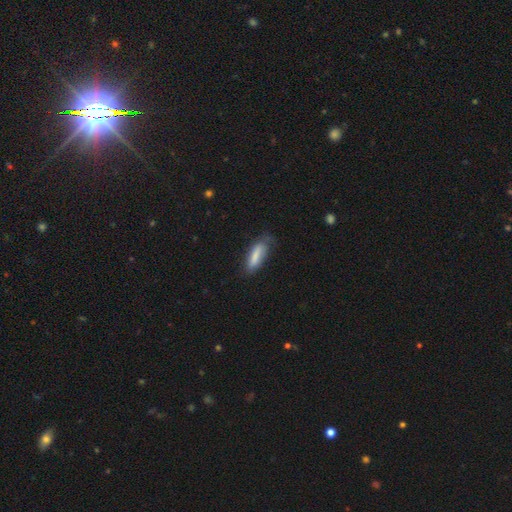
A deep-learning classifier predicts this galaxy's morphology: Q: Smooth or featured?
A: smooth (79%); runner-up: featured or disk (15%)
Q: How rounded?
A: in between (50%); runner-up: cigar-shaped (48%)
Q: Merging?
A: none (58%); runner-up: minor disturbance (31%)